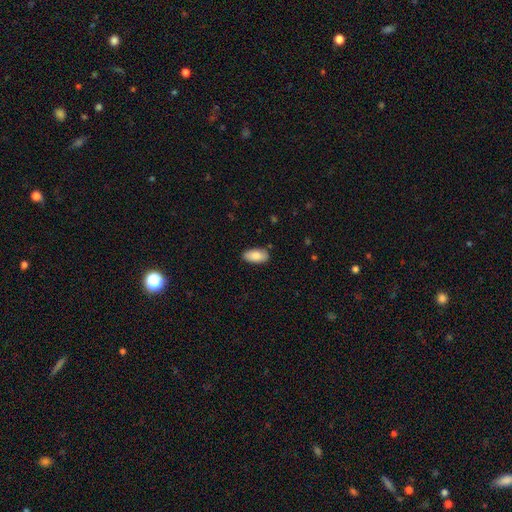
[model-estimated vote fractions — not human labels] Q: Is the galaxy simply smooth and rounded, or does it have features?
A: smooth — 86%.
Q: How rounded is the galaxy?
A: in between — 93%.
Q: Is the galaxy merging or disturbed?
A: none — 85%.